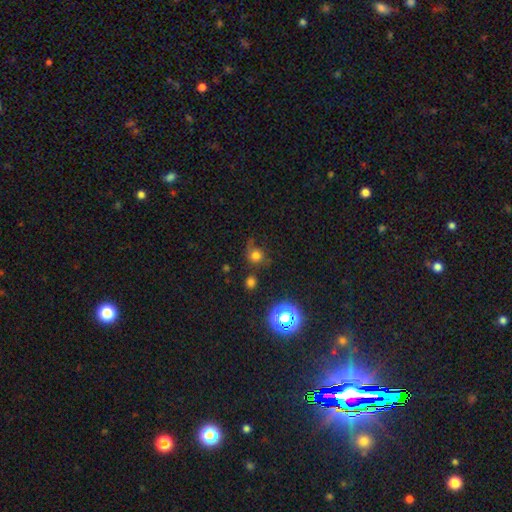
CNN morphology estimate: Smooth or featured? smooth (68%)
How rounded? round (84%)
Merging? none (52%)